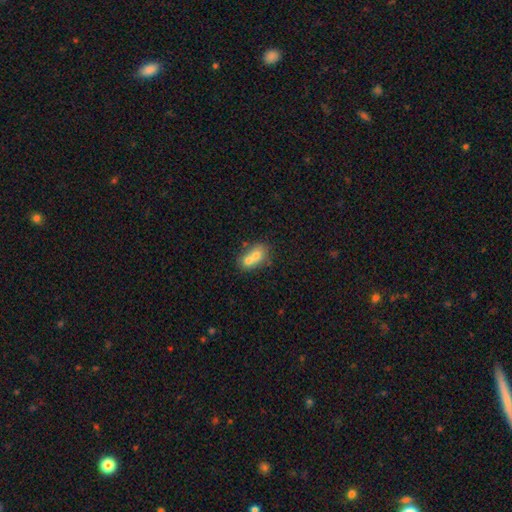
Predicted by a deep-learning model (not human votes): The model was most divided on "how rounded": in between: 61%, round: 37%, cigar-shaped: 2%. More confident: merging — merger (68%); smooth or featured — smooth (66%).